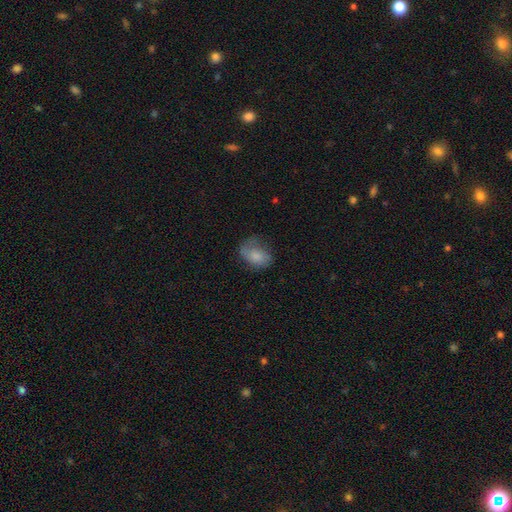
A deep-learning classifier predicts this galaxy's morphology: This is likely a smooth galaxy (70%). How rounded: likely in between (77%). Merging: possibly none (46%).